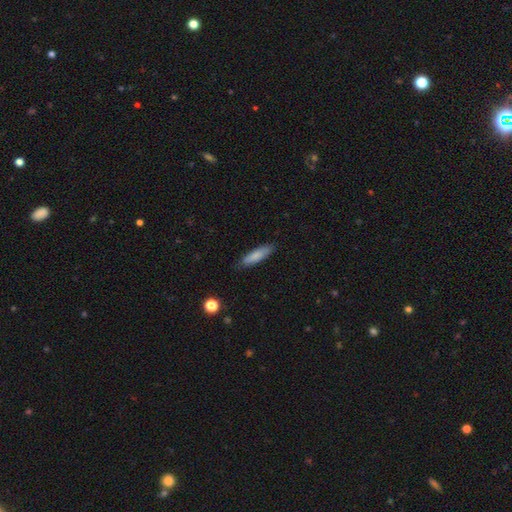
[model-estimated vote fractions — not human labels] smooth_or_featured: smooth (p=0.81) [alt: featured or disk p=0.12]
how_rounded: cigar-shaped (p=0.67) [alt: in between p=0.31]
merging: none (p=0.84) [alt: minor disturbance p=0.12]